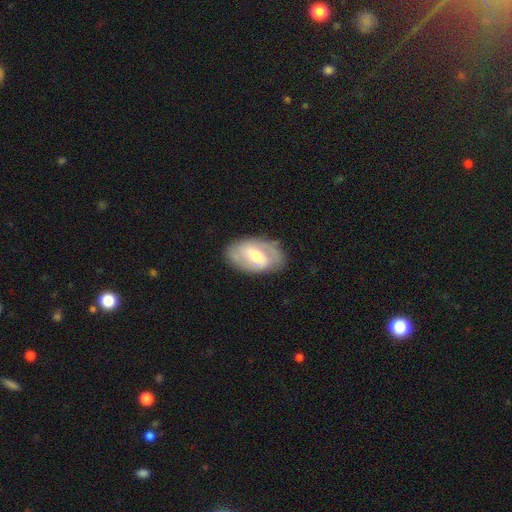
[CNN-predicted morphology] Smooth or featured?
  - featured or disk: 66% *
  - smooth: 28%
  - star or artifact: 6%
Edge-on disk?
  - no: 95% *
  - yes: 5%
Bar?
  - weak: 47% *
  - strong: 34%
  - no: 19%
Spiral arms?
  - yes: 74% *
  - no: 26%
Bulge size?
  - moderate: 58% *
  - small: 35%
  - large: 5%
  - none: 1%
  - dominant: 1%
Merging?
  - none: 81% *
  - minor disturbance: 14%
  - major disturbance: 4%
  - merger: 1%